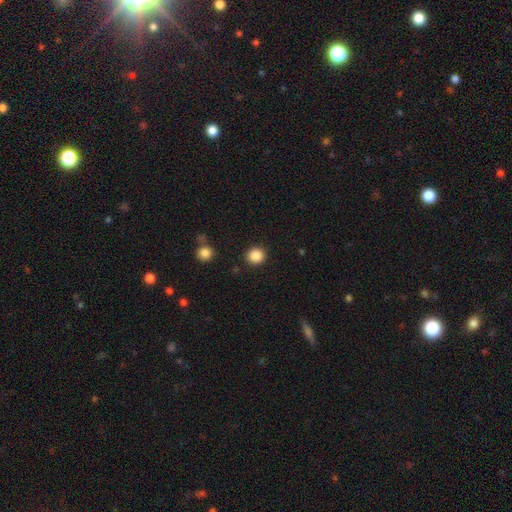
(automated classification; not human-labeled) This appears to be a smooth galaxy with no disk features (87%) that is round (87%). Merging: none (89%).